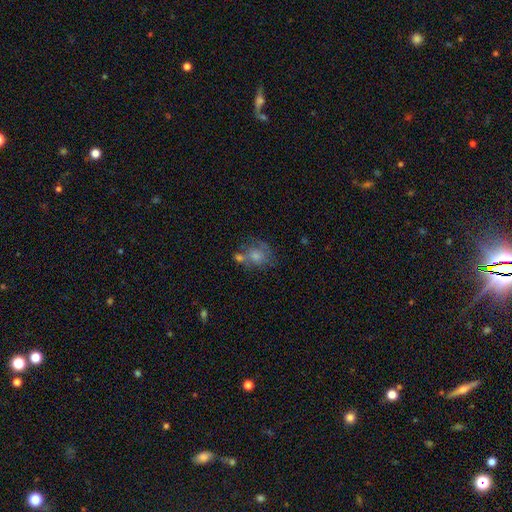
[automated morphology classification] This is marginally a smooth galaxy (42%). Merging: possibly none (53%).